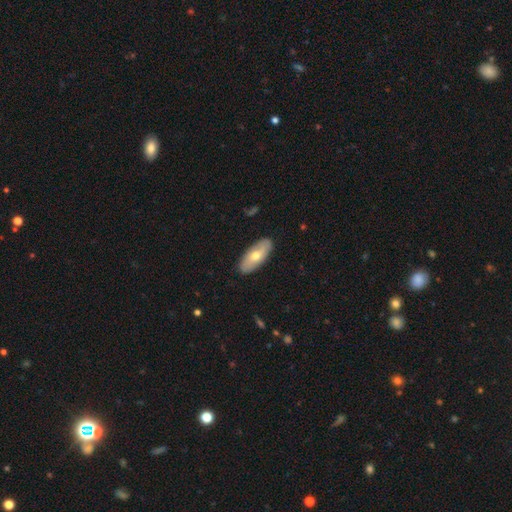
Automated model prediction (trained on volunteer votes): Smooth or featured: smooth — 58% (featured or disk — 36%)
How rounded: in between — 83% (cigar-shaped — 14%)
Merging: none — 87% (minor disturbance — 10%)